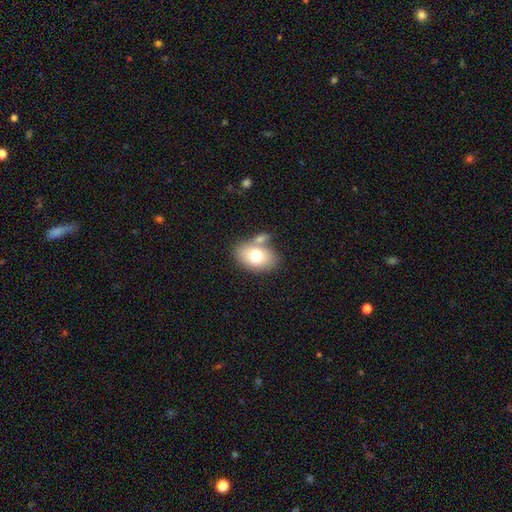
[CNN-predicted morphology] Smooth or featured: smooth — 73% (featured or disk — 19%)
How rounded: in between — 84% (round — 15%)
Merging: none — 57% (merger — 24%)